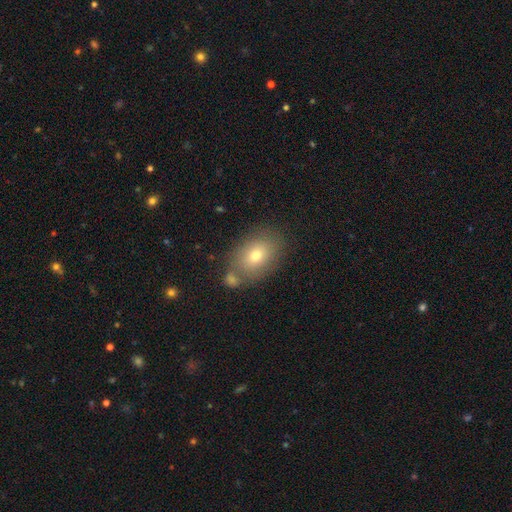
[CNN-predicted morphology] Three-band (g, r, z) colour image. It shows a smooth galaxy with no disk features (73%) that is in between round and cigar-shaped (79%). Merging: none (67%).